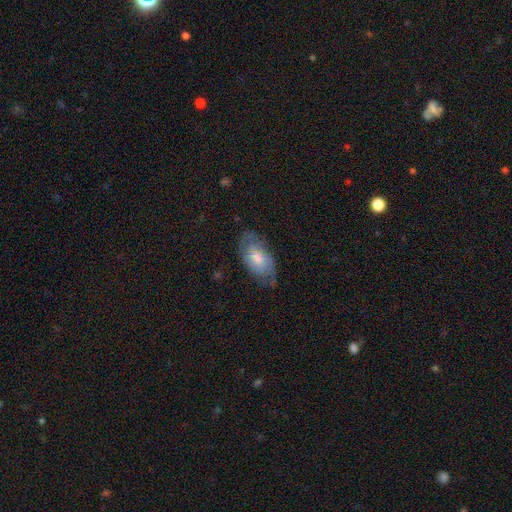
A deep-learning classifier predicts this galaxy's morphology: smooth_or_featured: featured or disk (p=0.58) [alt: smooth p=0.34]
disk_edge_on: no (p=0.91) [alt: yes p=0.09]
bar: no (p=0.70) [alt: weak p=0.26]
has_spiral_arms: yes (p=0.79) [alt: no p=0.21]
bulge_size: moderate (p=0.63) [alt: small p=0.20]
merging: none (p=0.71) [alt: minor disturbance p=0.21]